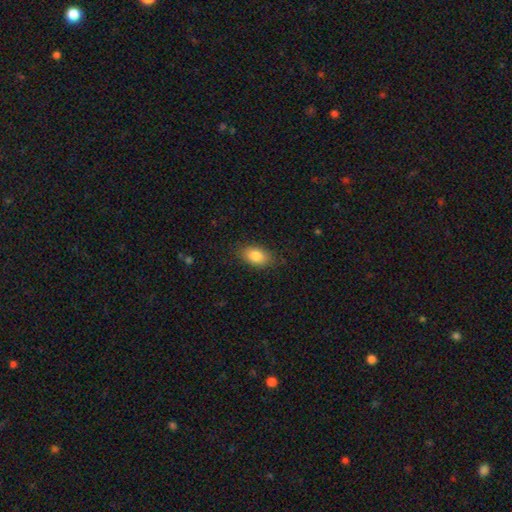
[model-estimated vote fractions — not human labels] The model was most divided on "merging": none: 83%, minor disturbance: 12%, major disturbance: 3%, merger: 1%. More confident: how rounded — in between (90%); smooth or featured — smooth (84%).